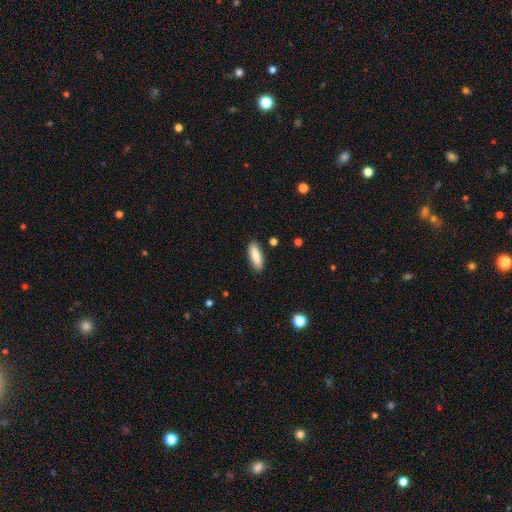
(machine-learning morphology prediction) Smooth or featured? Predicted: smooth (p=0.83). How rounded? Predicted: in between (p=0.63). Merging? Predicted: none (p=0.88).